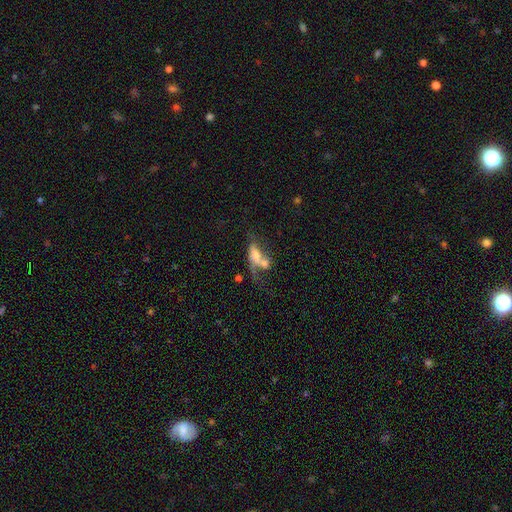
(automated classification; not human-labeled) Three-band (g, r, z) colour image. It shows a smooth galaxy with no disk features (48%). Merging: merger (53%).